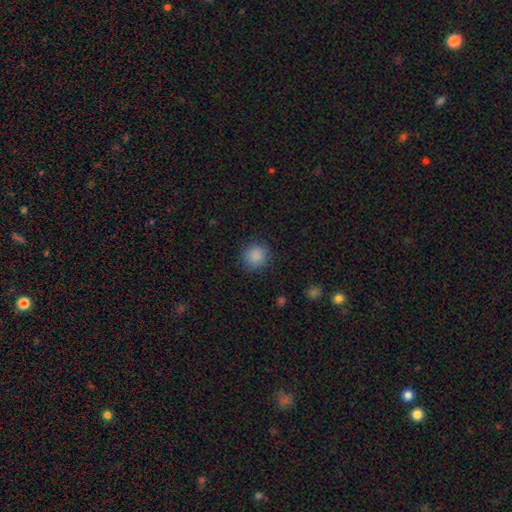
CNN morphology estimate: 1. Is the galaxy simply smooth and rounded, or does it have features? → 87% smooth, 10% star or artifact, 3% featured or disk.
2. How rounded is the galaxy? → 91% round, 8% in between, 1% cigar-shaped.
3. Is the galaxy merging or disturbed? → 88% none, 8% minor disturbance, 3% major disturbance, 1% merger.